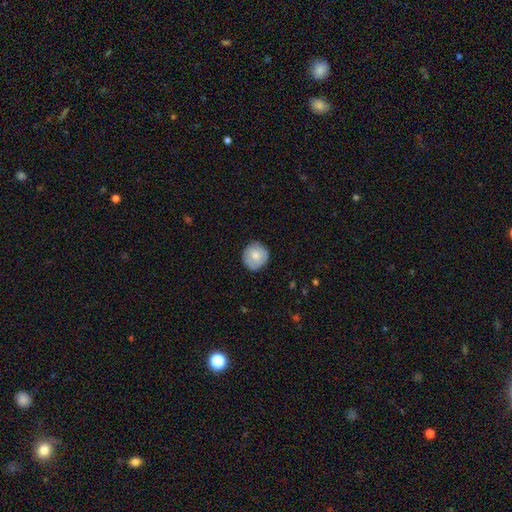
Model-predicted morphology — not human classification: The model was most divided on "smooth or featured": smooth: 74%, featured or disk: 19%, star or artifact: 6%. More confident: how rounded — round (93%); merging — none (85%).